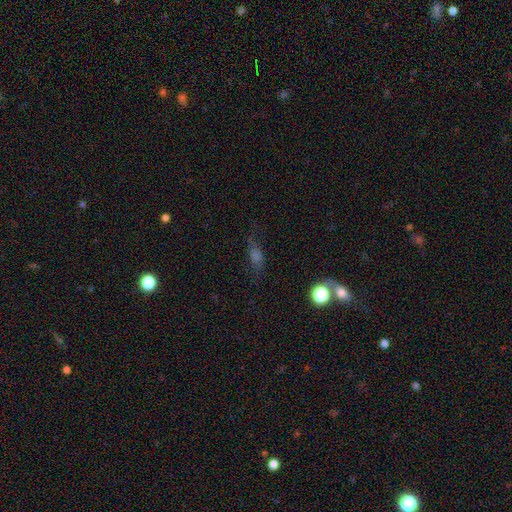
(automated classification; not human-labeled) Smooth or featured? smooth (49%)
Merging? none (63%)